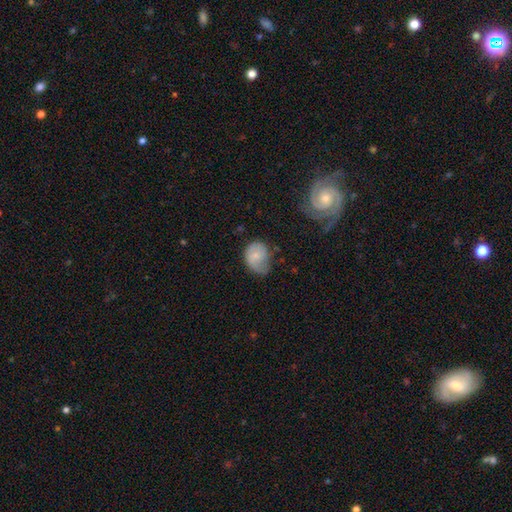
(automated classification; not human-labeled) Smooth or featured: smooth — 66% (featured or disk — 27%)
How rounded: in between — 51% (round — 48%)
Merging: minor disturbance — 39% (none — 38%)